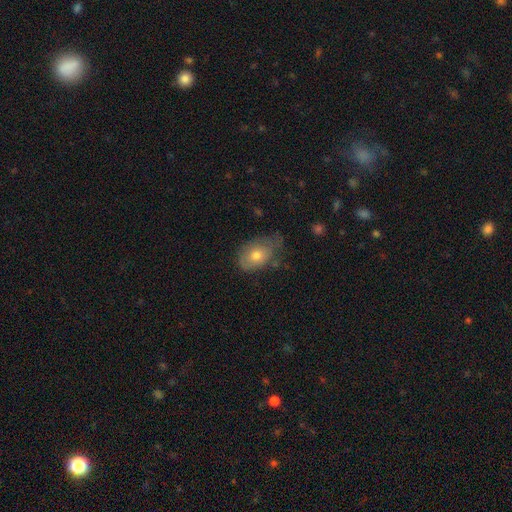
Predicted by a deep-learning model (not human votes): Overall: smooth (61%; featured or disk 30%). How rounded: in between (81%). Merging: none (50%; minor disturbance 35%).